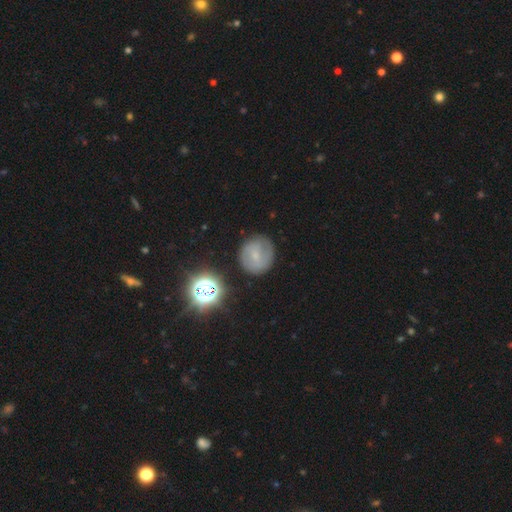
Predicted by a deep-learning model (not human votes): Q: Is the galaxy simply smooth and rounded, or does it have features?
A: smooth — 47%.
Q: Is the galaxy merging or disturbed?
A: none — 78%.